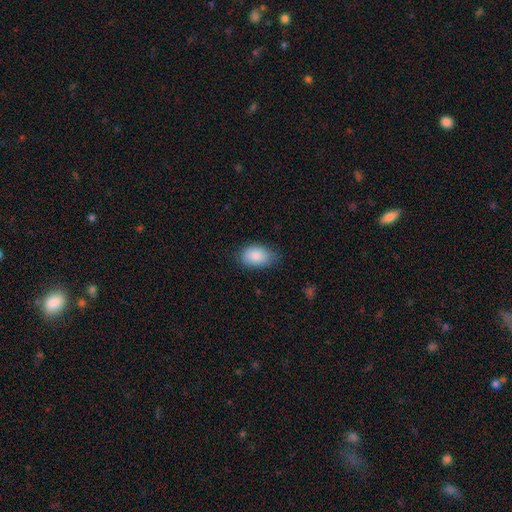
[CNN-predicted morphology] smooth-or-featured: smooth: 87% | star or artifact: 7% | featured or disk: 6%
  how-rounded: in between: 89% | round: 9% | cigar-shaped: 1%
  merging: none: 75% | minor disturbance: 20% | major disturbance: 4% | merger: 1%